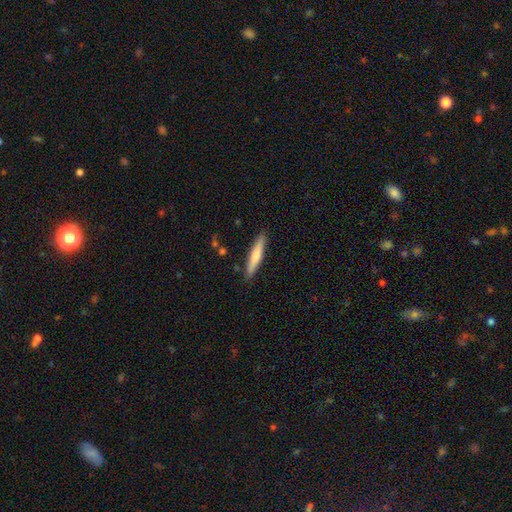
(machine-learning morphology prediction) Overall: smooth (66%; featured or disk 28%). How rounded: cigar-shaped (91%). Merging: none (88%).